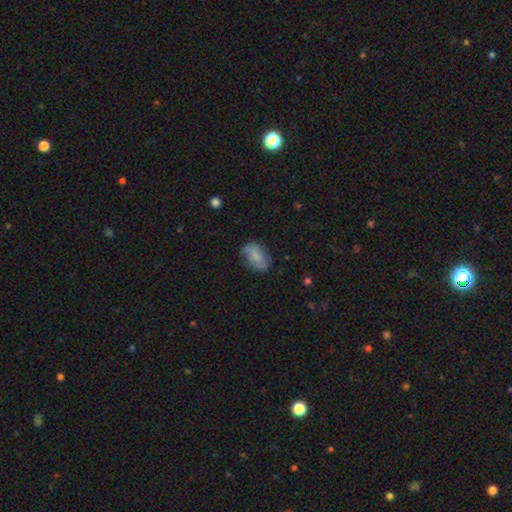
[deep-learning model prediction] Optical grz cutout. It shows a smooth galaxy with no disk features (67%) that is in between round and cigar-shaped (88%). Merging: none (70%).